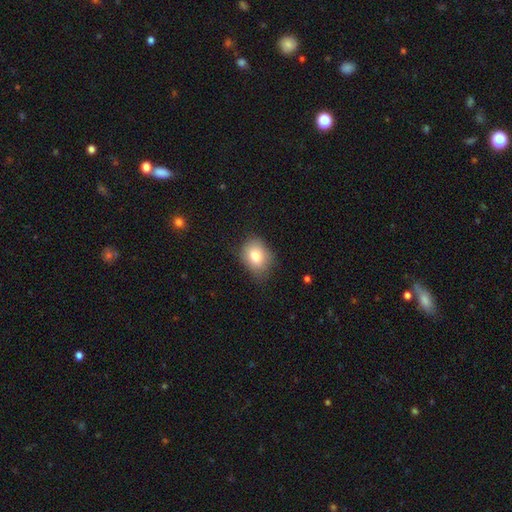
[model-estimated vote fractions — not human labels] Overall: smooth (79%). How rounded: in between (56%; round 43%). Merging: none (70%).